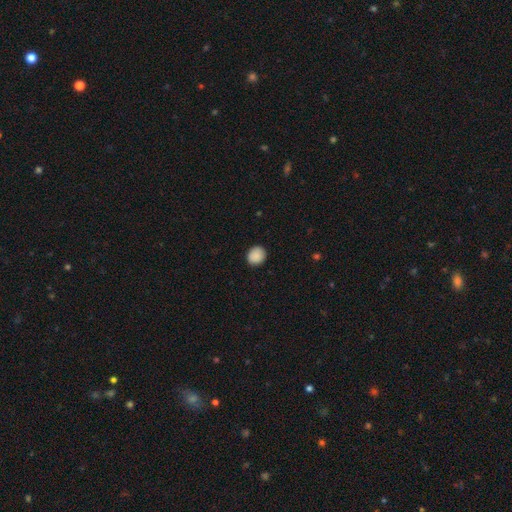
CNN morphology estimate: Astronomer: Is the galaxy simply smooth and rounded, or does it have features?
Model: smooth — 89%.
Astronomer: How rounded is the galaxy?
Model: round — 82%.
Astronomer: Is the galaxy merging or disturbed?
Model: none — 90%.